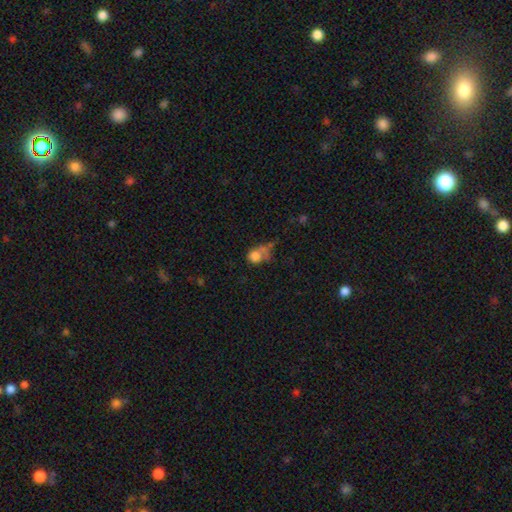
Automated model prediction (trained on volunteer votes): A smooth galaxy with no disk features (71%) that is round (59%).

Vote fractions:
- Smooth or featured? smooth: 71% / featured or disk: 16% / star or artifact: 13%
- How rounded? round: 59% / in between: 39% / cigar-shaped: 2%
- Merging? major disturbance: 31% / none: 29% / merger: 20% / minor disturbance: 20%